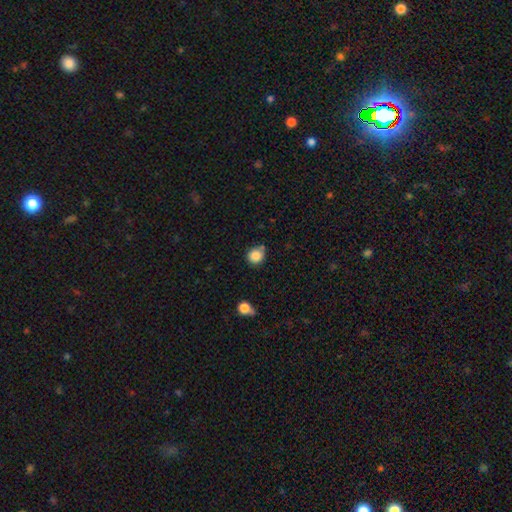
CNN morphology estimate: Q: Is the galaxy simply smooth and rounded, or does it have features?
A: smooth — 85%.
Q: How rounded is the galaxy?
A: round — 83%.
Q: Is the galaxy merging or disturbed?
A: none — 70%.